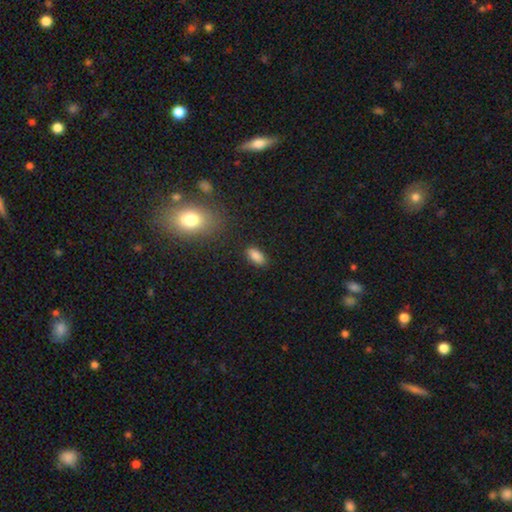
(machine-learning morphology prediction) Smooth or featured? Predicted: smooth (p=0.85). How rounded? Predicted: in between (p=0.90). Merging? Predicted: none (p=0.87).